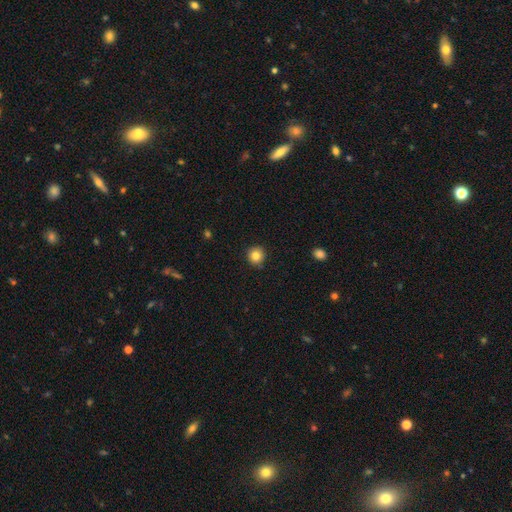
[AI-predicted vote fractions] This appears to be a smooth galaxy with no disk features (83%) that is round (94%). Merging: none (89%).